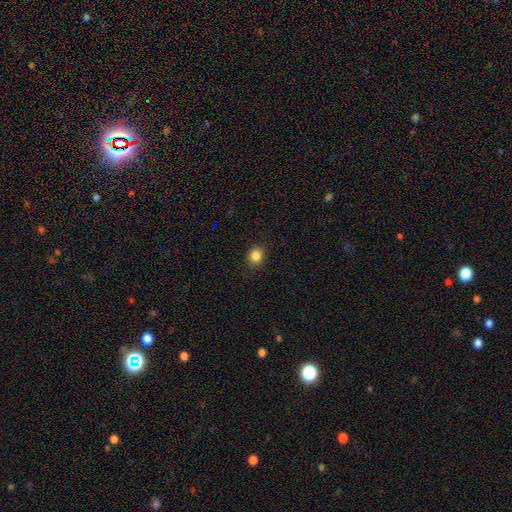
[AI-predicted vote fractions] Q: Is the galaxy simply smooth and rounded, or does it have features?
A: smooth — 85%.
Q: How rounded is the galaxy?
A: round — 78%.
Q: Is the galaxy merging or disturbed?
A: none — 89%.